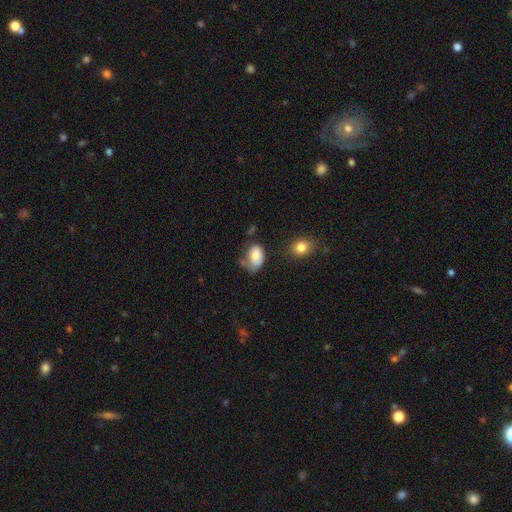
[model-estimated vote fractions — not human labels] smooth 79%, featured or disk 13%, star or artifact 8%. Down the decision tree: how rounded — in between (87%); merging — none (38%).